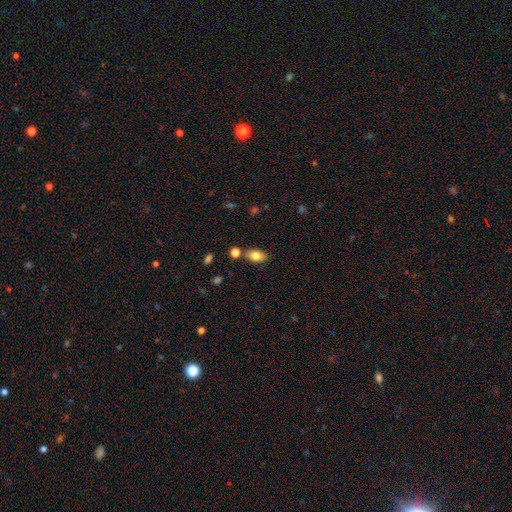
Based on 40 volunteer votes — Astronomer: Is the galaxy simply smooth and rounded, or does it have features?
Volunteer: smooth — 80%.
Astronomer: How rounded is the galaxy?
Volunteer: in between — 94%.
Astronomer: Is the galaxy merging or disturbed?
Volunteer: none — 94%.